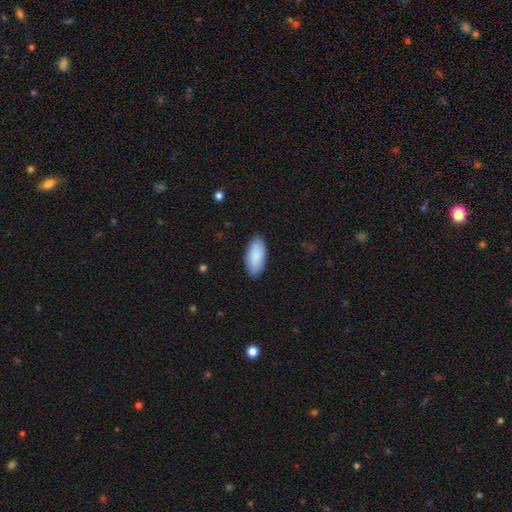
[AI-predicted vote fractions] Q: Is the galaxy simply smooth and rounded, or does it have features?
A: smooth — 89%.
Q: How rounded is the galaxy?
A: in between — 89%.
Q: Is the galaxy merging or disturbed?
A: none — 88%.